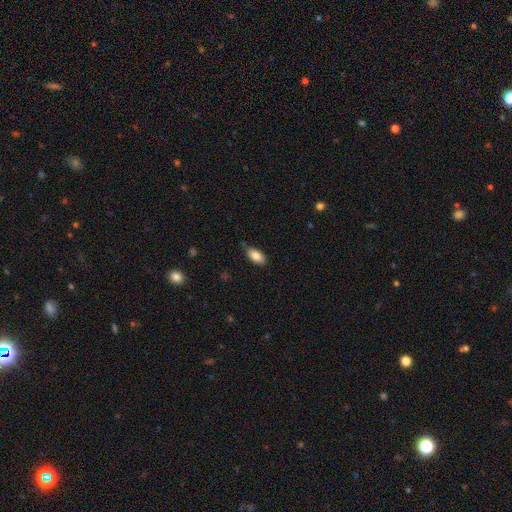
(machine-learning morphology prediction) This appears to be a smooth galaxy with no disk features (85%) that is in between round and cigar-shaped (92%). Merging: none (81%).